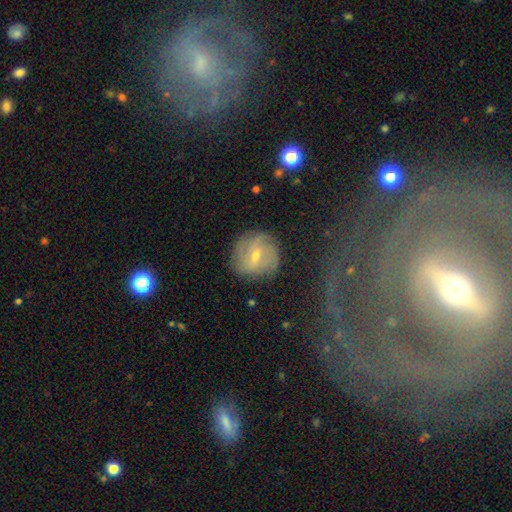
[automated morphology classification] Overall: featured or disk (66%). Edge-on disk: no (96%). Bar: weak (47%; no 38%). Spiral arms: yes (85%). Spiral arm count: can't tell (36%; 2 28%). Spiral winding: tight (49%; medium 35%). Bulge size: small (61%; moderate 36%). Merging: none (80%).